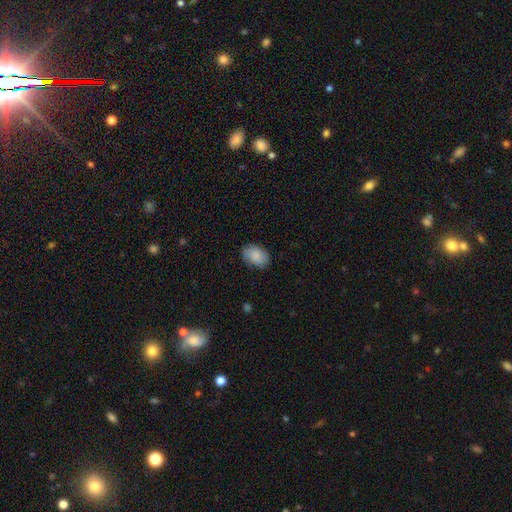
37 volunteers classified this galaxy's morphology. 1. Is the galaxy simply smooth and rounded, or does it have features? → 76% smooth, 19% featured or disk, 5% star or artifact.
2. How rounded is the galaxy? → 93% in between, 7% round, 0% cigar-shaped.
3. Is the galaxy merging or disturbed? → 66% none, 29% minor disturbance, 6% major disturbance, 0% merger.